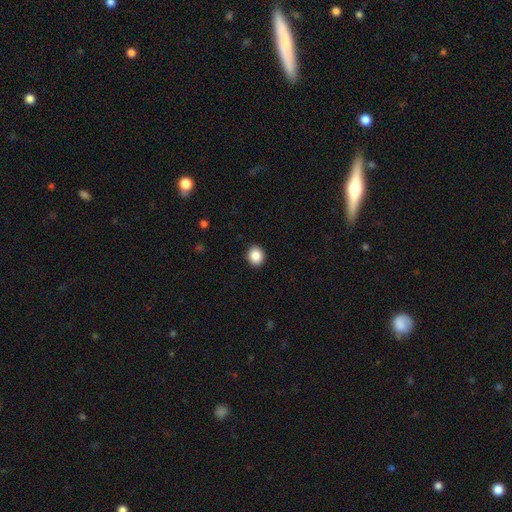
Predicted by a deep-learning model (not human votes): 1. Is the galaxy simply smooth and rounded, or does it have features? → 88% smooth, 9% star or artifact, 4% featured or disk.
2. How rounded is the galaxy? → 72% round, 27% in between, 1% cigar-shaped.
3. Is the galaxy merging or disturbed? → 92% none, 6% minor disturbance, 2% major disturbance, 1% merger.